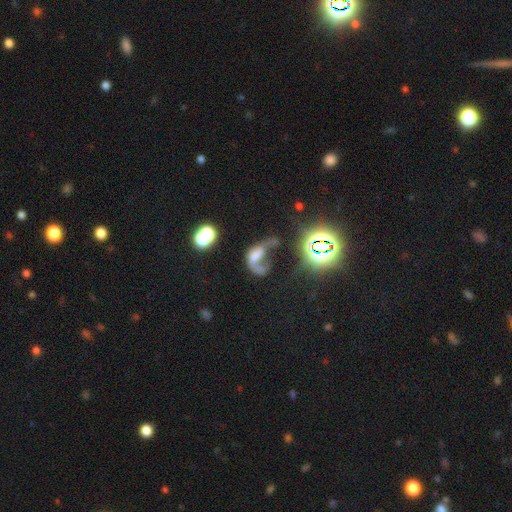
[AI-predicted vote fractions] featured or disk 49%, smooth 32%, star or artifact 19%. Down the decision tree: merging — major disturbance (48%).